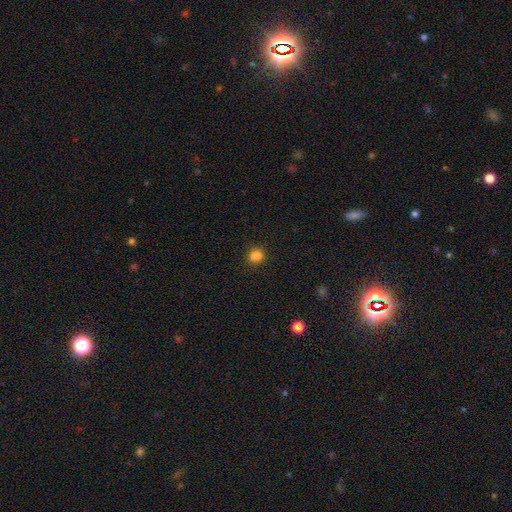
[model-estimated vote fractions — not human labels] smooth 83%, star or artifact 13%, featured or disk 4%. Down the decision tree: how rounded — round (71%); merging — none (83%).